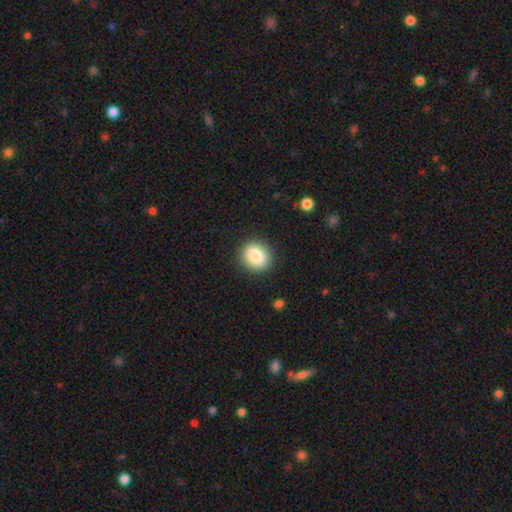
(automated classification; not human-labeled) Q: Smooth or featured?
A: smooth (85%); runner-up: star or artifact (8%)
Q: How rounded?
A: round (69%); runner-up: in between (30%)
Q: Merging?
A: none (89%); runner-up: minor disturbance (8%)